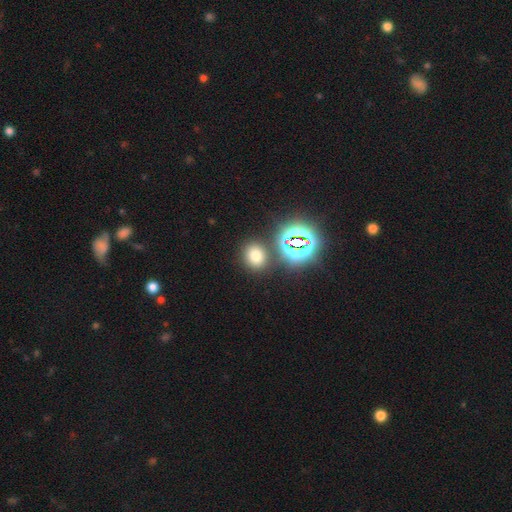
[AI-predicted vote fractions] smooth-or-featured: smooth: 66% | star or artifact: 26% | featured or disk: 8%
  how-rounded: round: 68% | in between: 31% | cigar-shaped: 1%
  merging: none: 81% | minor disturbance: 8% | merger: 8% | major disturbance: 3%